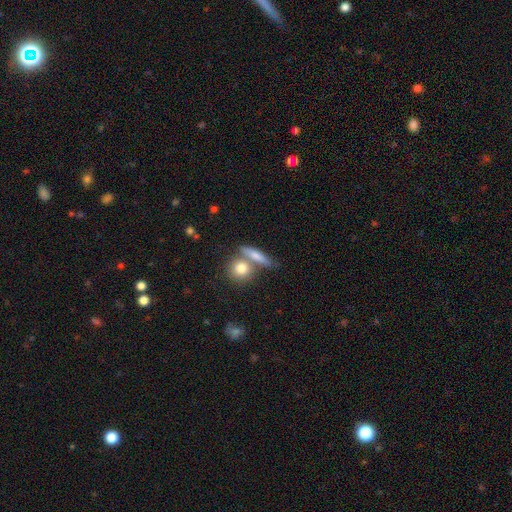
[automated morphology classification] This appears to be a smooth galaxy with no disk features (69%) that is cigar-shaped (47%). Merging: none (57%).